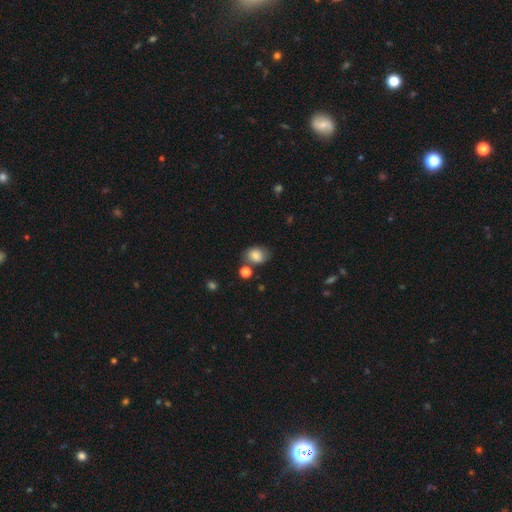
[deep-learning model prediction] smooth-or-featured: smooth: 80% | featured or disk: 10% | star or artifact: 10%
  how-rounded: in between: 51% | round: 48% | cigar-shaped: 1%
  merging: none: 64% | minor disturbance: 19% | merger: 11% | major disturbance: 6%